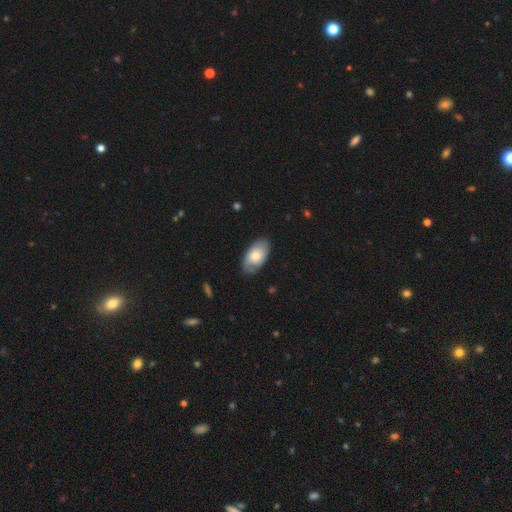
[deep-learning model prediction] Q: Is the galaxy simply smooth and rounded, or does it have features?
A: smooth — 59%.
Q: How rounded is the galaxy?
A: in between — 93%.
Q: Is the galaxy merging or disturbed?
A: none — 75%.